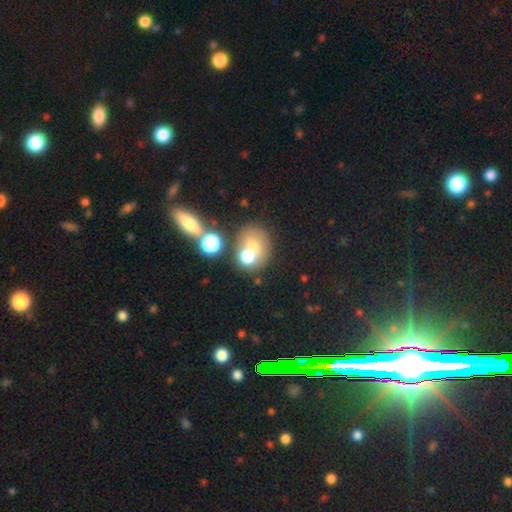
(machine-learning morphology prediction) A smooth galaxy with no disk features (60%) that is round (63%).

Vote fractions:
- Smooth or featured? smooth: 60% / featured or disk: 23% / star or artifact: 16%
- How rounded? round: 63% / in between: 35% / cigar-shaped: 1%
- Merging? merger: 45% / none: 37% / minor disturbance: 10% / major disturbance: 7%